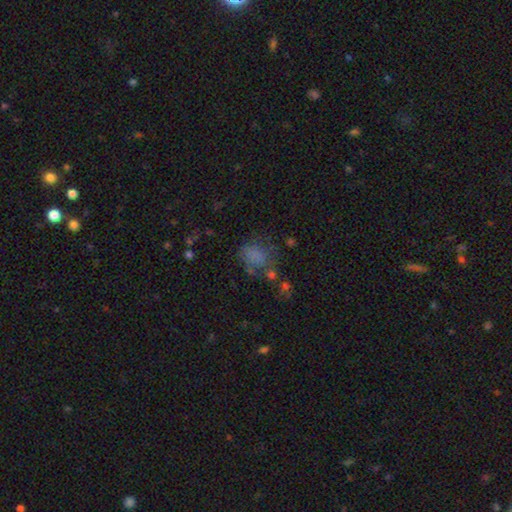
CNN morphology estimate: Overall: smooth (66%). How rounded: in between (53%; round 46%). Merging: none (45%; minor disturbance 23%).